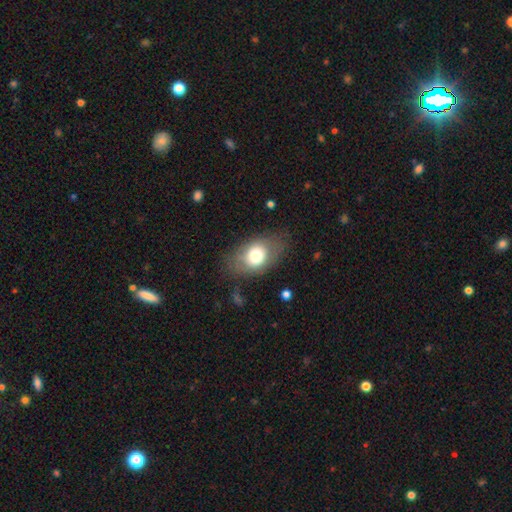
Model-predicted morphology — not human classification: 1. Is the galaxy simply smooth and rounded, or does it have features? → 69% smooth, 22% featured or disk, 9% star or artifact.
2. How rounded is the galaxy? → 78% in between, 20% round, 2% cigar-shaped.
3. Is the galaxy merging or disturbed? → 71% none, 18% minor disturbance, 9% major disturbance, 2% merger.